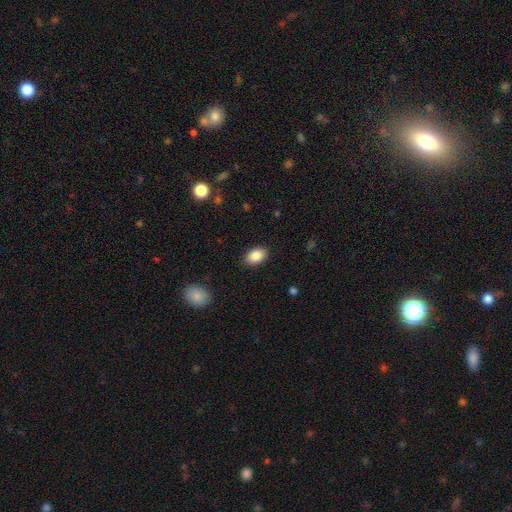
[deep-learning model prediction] Overall: smooth (87%). How rounded: in between (89%). Merging: none (88%).